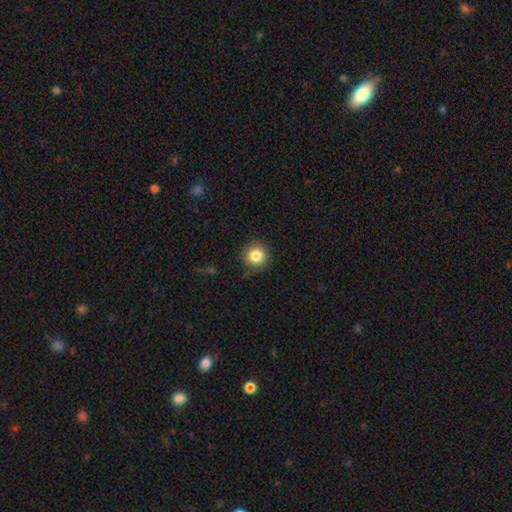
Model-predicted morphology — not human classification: A smooth galaxy with no disk features (84%) that is round (94%). Merging: none (88%).